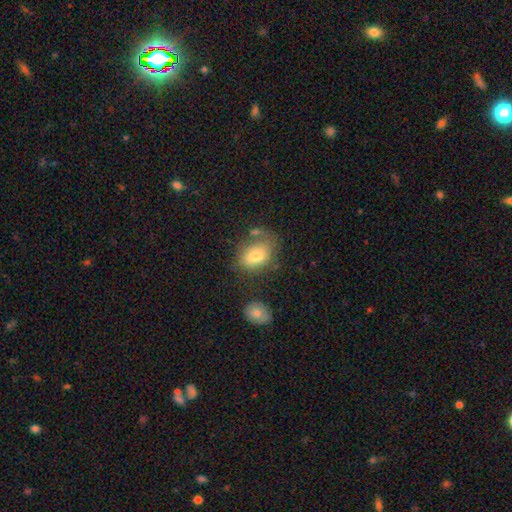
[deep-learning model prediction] smooth_or_featured: smooth (p=0.75) [alt: featured or disk p=0.16]
how_rounded: in between (p=0.74) [alt: round p=0.25]
merging: none (p=0.54) [alt: minor disturbance p=0.22]